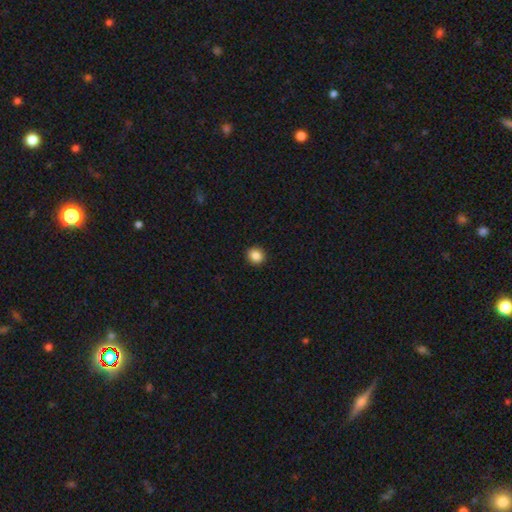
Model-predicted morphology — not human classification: Smooth or featured? Predicted: smooth (p=0.86). How rounded? Predicted: round (p=0.88). Merging? Predicted: none (p=0.93).